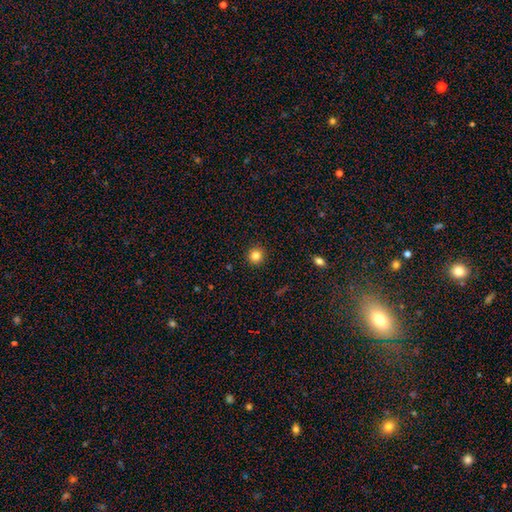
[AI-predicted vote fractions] A smooth galaxy with no disk features (83%) that is round (95%). Merging: none (93%).